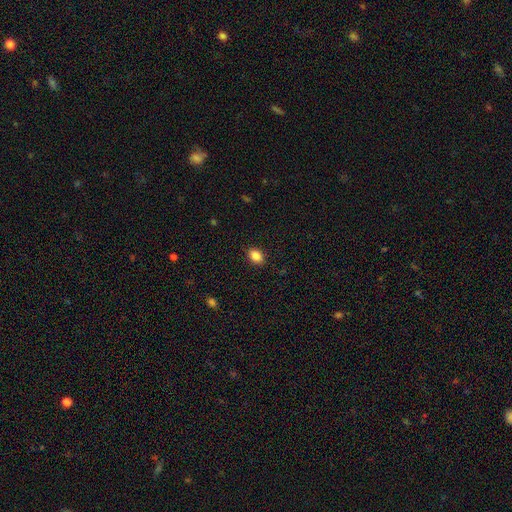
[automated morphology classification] type=smooth (85%); roundness=in between (73%); merging=none (90%).